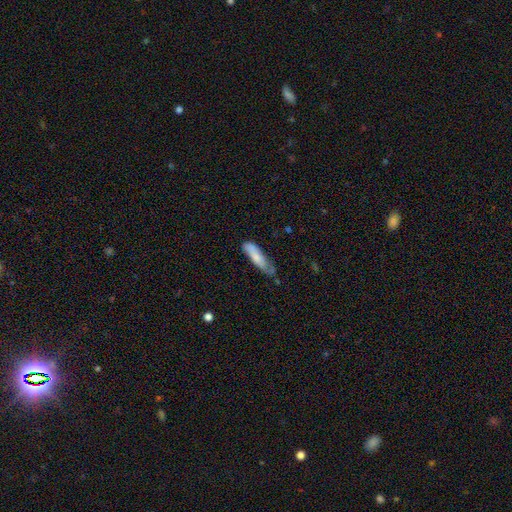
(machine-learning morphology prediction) Smooth or featured? Predicted: smooth (p=0.74). How rounded? Predicted: cigar-shaped (p=0.64). Merging? Predicted: none (p=0.47).